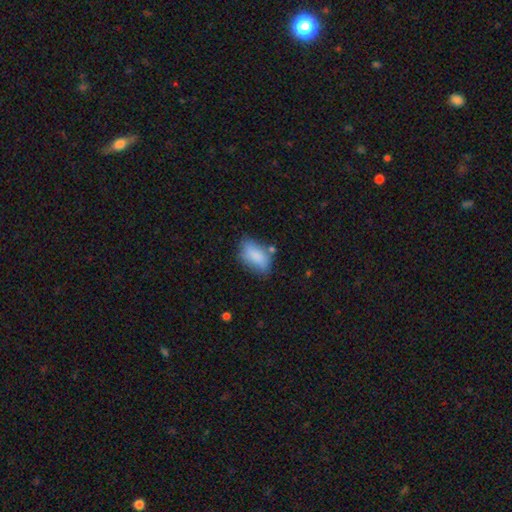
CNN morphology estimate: Smooth or featured: smooth — 82% (featured or disk — 11%)
How rounded: in between — 90% (round — 6%)
Merging: none — 60% (minor disturbance — 26%)